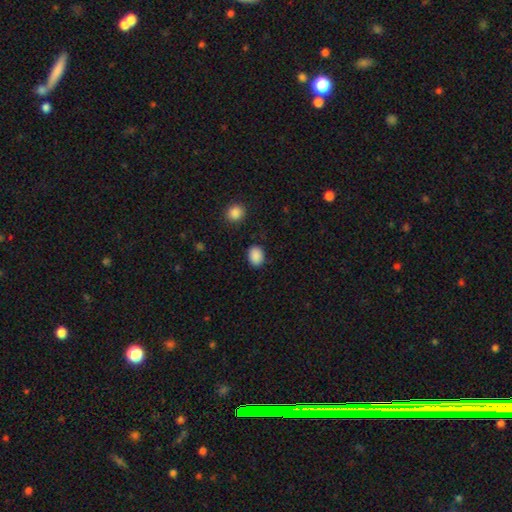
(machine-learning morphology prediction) A smooth galaxy with no disk features (89%) that is in between round and cigar-shaped (61%).

Vote fractions:
- Smooth or featured? smooth: 89% / star or artifact: 9% / featured or disk: 3%
- How rounded? in between: 61% / round: 38% / cigar-shaped: 1%
- Merging? none: 87% / minor disturbance: 9% / major disturbance: 3% / merger: 2%